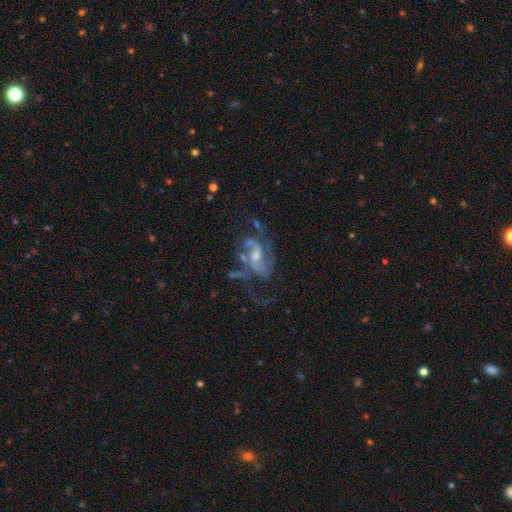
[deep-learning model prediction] Overall: featured or disk (83%). Edge-on disk: no (97%). Bar: weak (47%; no 38%). Spiral arms: yes (90%). Spiral arm count: 2 (69%). Spiral winding: medium (48%; loose 34%). Bulge size: moderate (46%; small 41%). Merging: none (45%; major disturbance 28%).